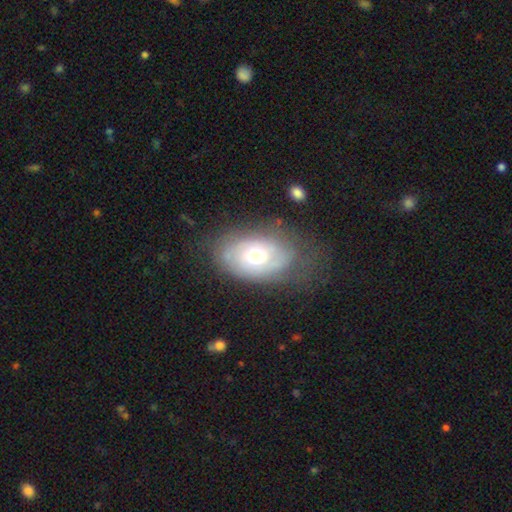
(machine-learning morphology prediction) smooth_or_featured: featured or disk (p=0.51) [alt: smooth p=0.41]
disk_edge_on: no (p=0.93) [alt: yes p=0.07]
merging: none (p=0.60) [alt: minor disturbance p=0.25]